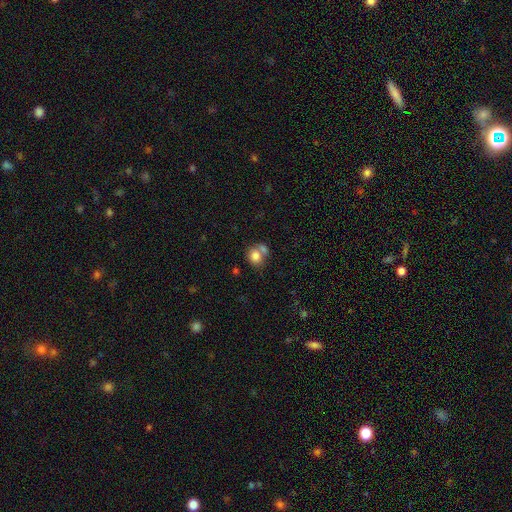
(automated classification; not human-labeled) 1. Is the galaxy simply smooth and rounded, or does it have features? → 81% smooth, 9% featured or disk, 9% star or artifact.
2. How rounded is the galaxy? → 67% round, 32% in between, 1% cigar-shaped.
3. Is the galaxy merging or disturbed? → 42% merger (tied), 42% none (tied), 11% minor disturbance, 5% major disturbance.